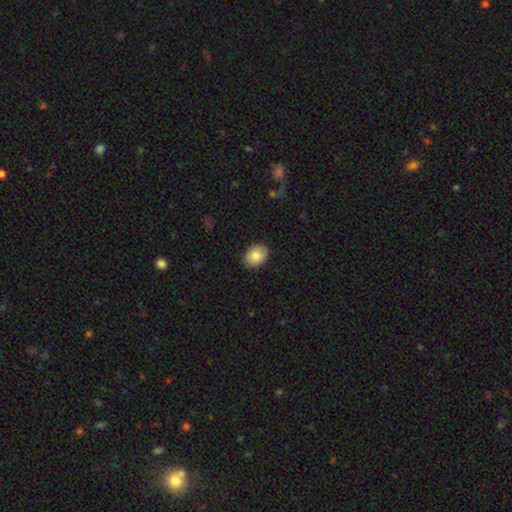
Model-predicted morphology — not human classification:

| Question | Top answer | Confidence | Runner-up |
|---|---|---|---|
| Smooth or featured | smooth | 87% | star or artifact (7%) |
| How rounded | in between | 70% | round (29%) |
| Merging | none | 88% | minor disturbance (9%) |